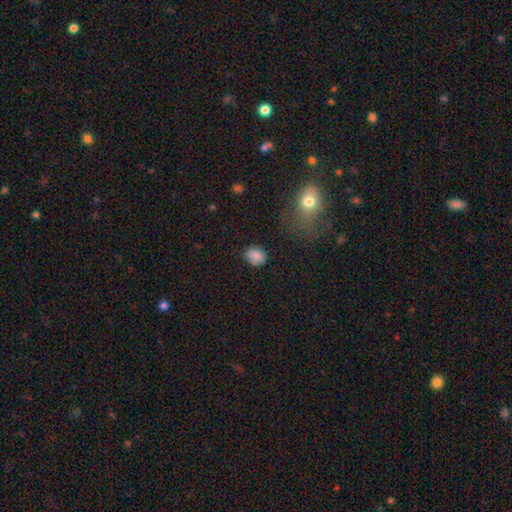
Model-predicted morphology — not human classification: smooth 84%, star or artifact 9%, featured or disk 7%. Down the decision tree: how rounded — in between (52%); merging — none (76%).